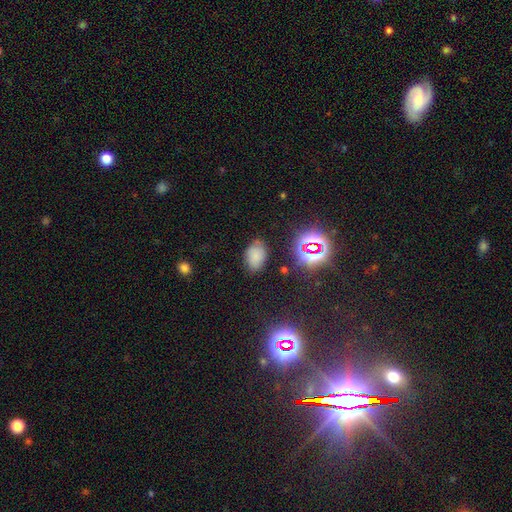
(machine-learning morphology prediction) This appears to be a smooth galaxy with no disk features (71%) that is in between round and cigar-shaped (86%). Merging: none (74%).